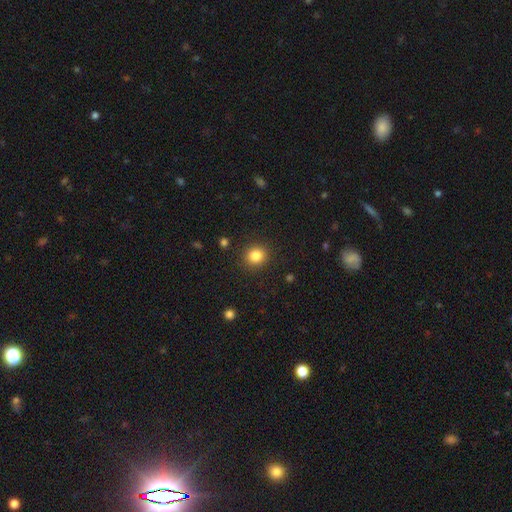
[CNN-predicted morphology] smooth_or_featured: smooth (p=0.84) [alt: star or artifact p=0.11]
how_rounded: round (p=0.85) [alt: in between p=0.14]
merging: none (p=0.90) [alt: minor disturbance p=0.06]